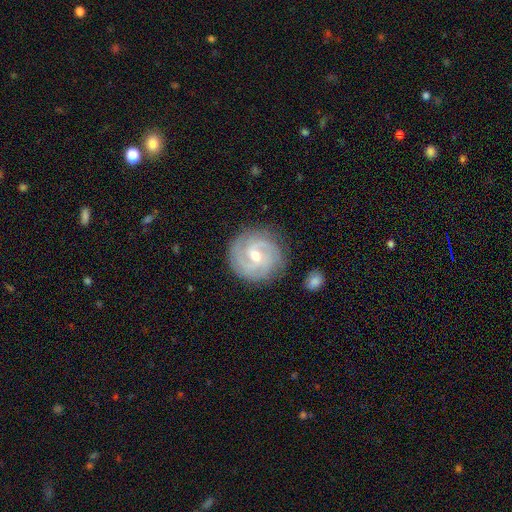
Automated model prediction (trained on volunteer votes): A featured or disk galaxy (86%) with a weak bar (49%), 3 (39%) tight (65%) spiral arms (97%) and a moderate central bulge (58%).

Vote fractions:
- Smooth or featured? featured or disk: 86% / smooth: 9% / star or artifact: 5%
- Edge-on disk? no: 98% / yes: 2%
- Bar? weak: 49% / no: 39% / strong: 12%
- Spiral arms? yes: 97% / no: 3%
- Spiral winding? tight: 65% / medium: 29% / loose: 5%
- Spiral arm count? 3: 39% / 2: 29% / can't tell: 14% / 4: 9% / 1: 4% / more than 4: 4%
- Bulge size? moderate: 58% / small: 39% / large: 2% / none: 1% / dominant: 1%
- Merging? none: 84% / minor disturbance: 11% / major disturbance: 3% / merger: 2%